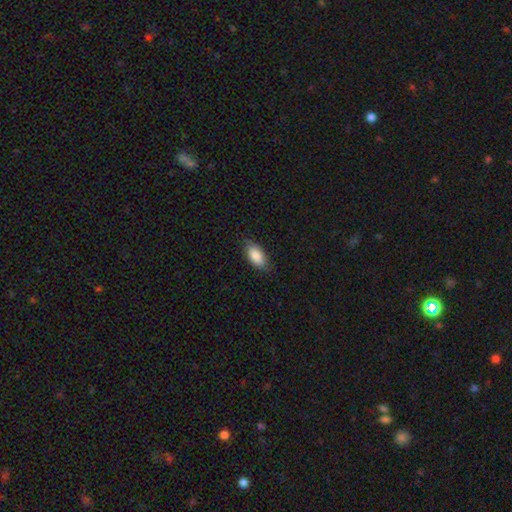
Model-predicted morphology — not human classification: This appears to be a smooth galaxy with no disk features (86%) that is in between round and cigar-shaped (90%). Merging: none (80%).